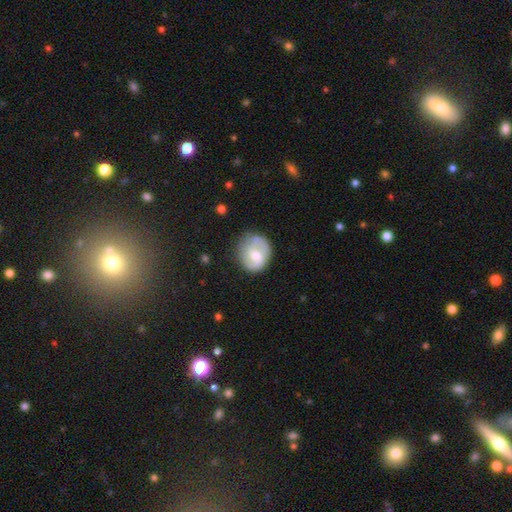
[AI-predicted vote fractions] Smooth or featured? Predicted: featured or disk (p=0.56). Edge-on disk? Predicted: no (p=0.98). Bar? Predicted: weak (p=0.48). Spiral arms? Predicted: yes (p=0.81). Bulge size? Predicted: moderate (p=0.57). Merging? Predicted: none (p=0.69).